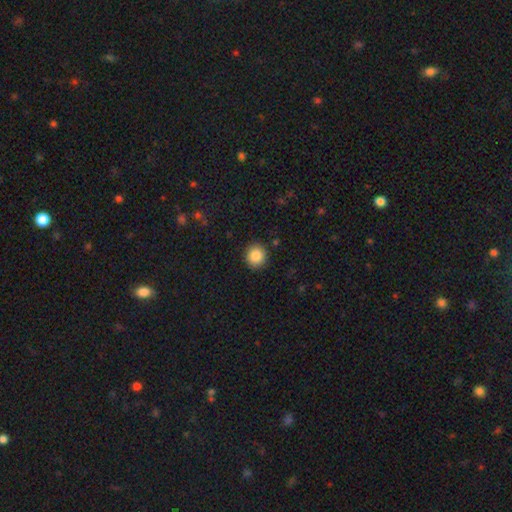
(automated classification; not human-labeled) A smooth galaxy with no disk features (87%) that is round (89%).

Vote fractions:
- Smooth or featured? smooth: 87% / star or artifact: 9% / featured or disk: 4%
- How rounded? round: 89% / in between: 10% / cigar-shaped: 1%
- Merging? none: 91% / minor disturbance: 6% / major disturbance: 2% / merger: 1%